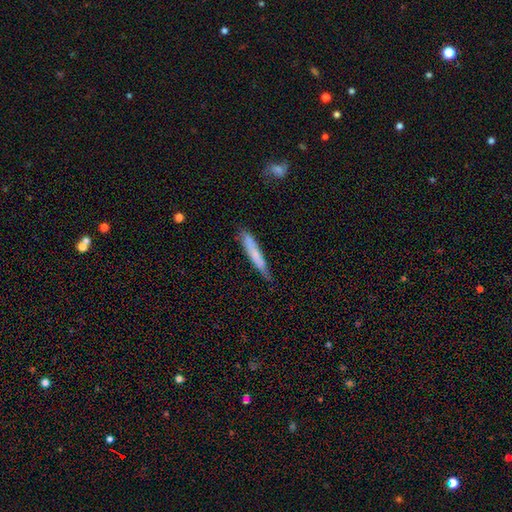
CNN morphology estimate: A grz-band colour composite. It shows a smooth galaxy with no disk features (69%) that is cigar-shaped (92%). Merging: none (69%).